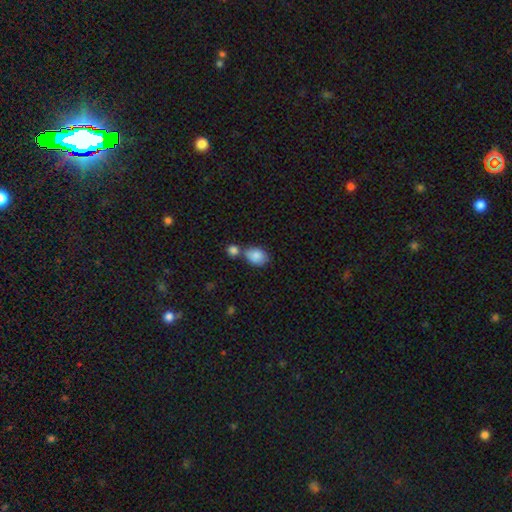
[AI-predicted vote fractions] Morphology: type=smooth (86%); roundness=in between (68%); merging=none (46%).